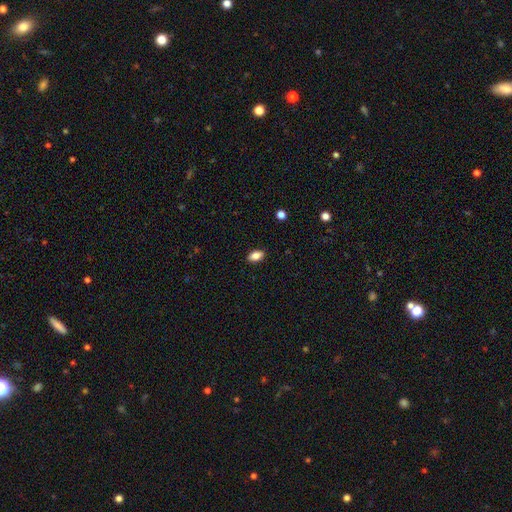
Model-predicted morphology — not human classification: Overall: smooth (84%). How rounded: in between (90%). Merging: none (89%).